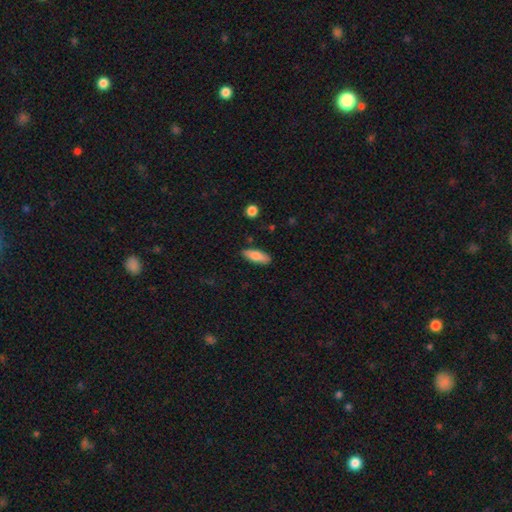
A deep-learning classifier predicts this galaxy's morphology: smooth-or-featured: smooth: 77% | featured or disk: 17% | star or artifact: 6%
  how-rounded: in between: 64% | cigar-shaped: 34% | round: 2%
  merging: none: 84% | minor disturbance: 12% | major disturbance: 2% | merger: 2%